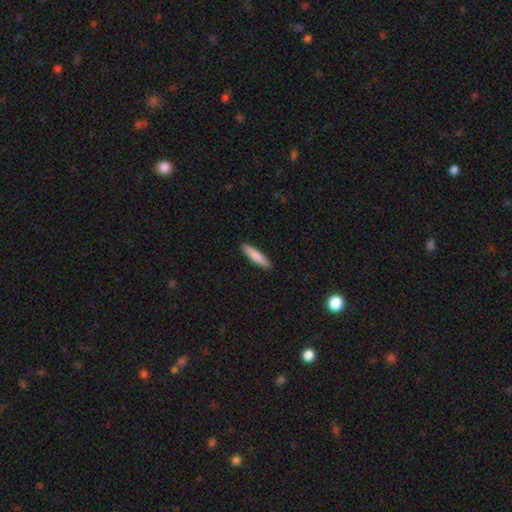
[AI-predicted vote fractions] Overall: smooth (85%). How rounded: cigar-shaped (84%). Merging: none (91%).